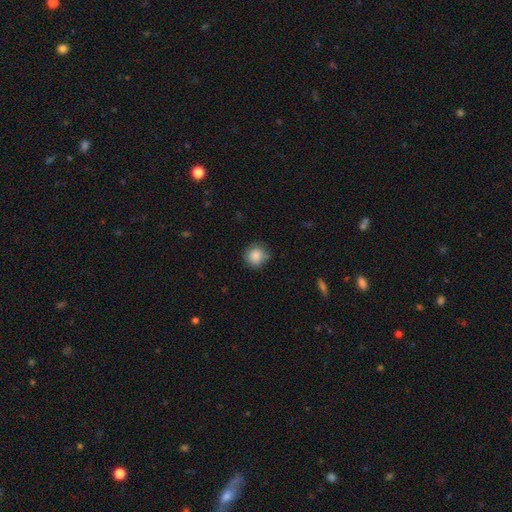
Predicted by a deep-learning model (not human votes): Smooth or featured? smooth (85%)
How rounded? round (90%)
Merging? none (76%)